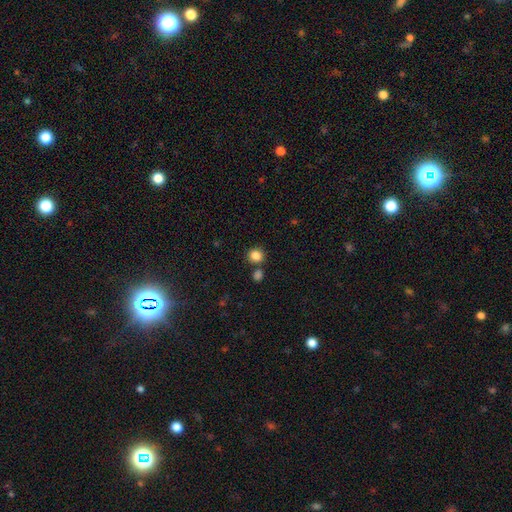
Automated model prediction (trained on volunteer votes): A smooth galaxy with no disk features (85%) that is round (84%).

Vote fractions:
- Smooth or featured? smooth: 85% / star or artifact: 11% / featured or disk: 4%
- How rounded? round: 84% / in between: 15% / cigar-shaped: 1%
- Merging? none: 76% / merger: 13% / minor disturbance: 8% / major disturbance: 3%